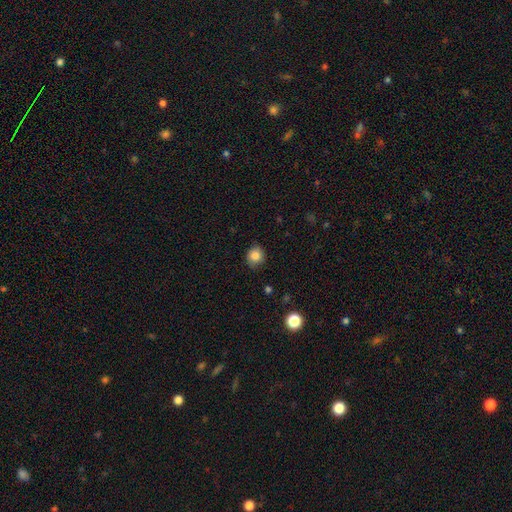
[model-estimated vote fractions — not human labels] Smooth or featured: smooth — 84% (star or artifact — 10%)
How rounded: round — 82% (in between — 17%)
Merging: none — 82% (minor disturbance — 14%)